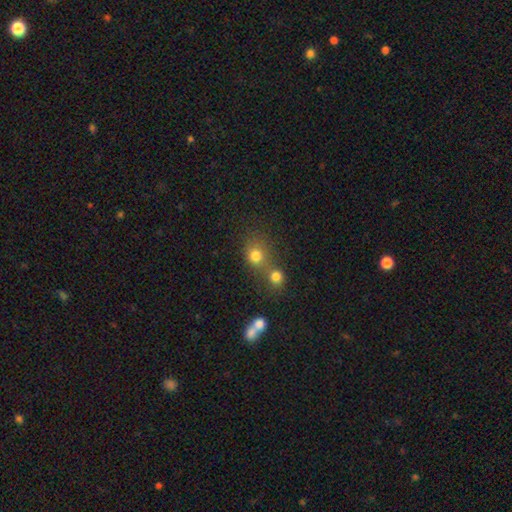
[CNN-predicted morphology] A smooth galaxy with no disk features (77%) that is round (81%).

Vote fractions:
- Smooth or featured? smooth: 77% / star or artifact: 15% / featured or disk: 8%
- How rounded? round: 81% / in between: 18% / cigar-shaped: 1%
- Merging? none: 47% / merger: 40% / minor disturbance: 9% / major disturbance: 5%